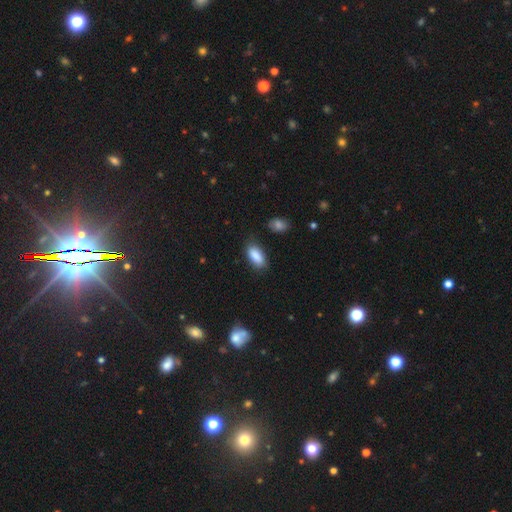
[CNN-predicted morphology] The model was most divided on "merging": none: 78%, minor disturbance: 16%, major disturbance: 4%, merger: 2%. More confident: how rounded — in between (88%); smooth or featured — smooth (88%).